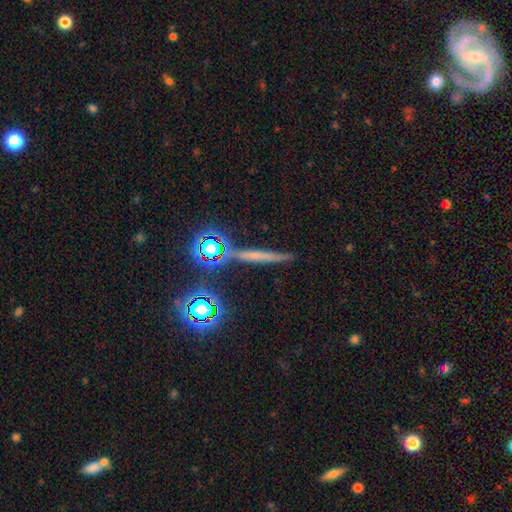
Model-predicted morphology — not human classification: Smooth or featured?
  - smooth: 38% *
  - featured or disk: 34%
  - star or artifact: 28%
Merging?
  - none: 82% *
  - minor disturbance: 10%
  - merger: 5%
  - major disturbance: 3%